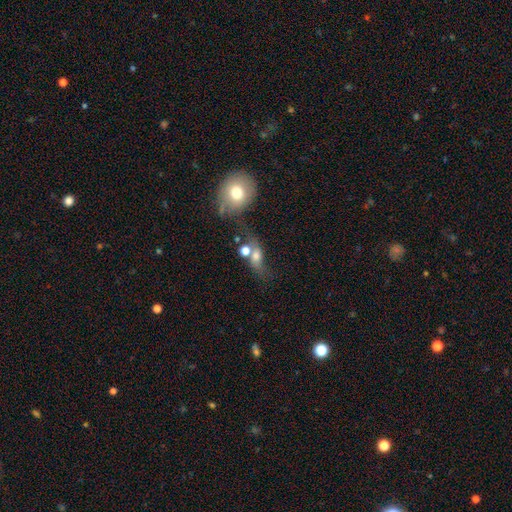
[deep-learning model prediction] A smooth galaxy with no disk features (56%) that is in between round and cigar-shaped (61%).

Vote fractions:
- Smooth or featured? smooth: 56% / featured or disk: 30% / star or artifact: 14%
- How rounded? in between: 61% / round: 30% / cigar-shaped: 8%
- Merging? merger: 36% / none: 31% / major disturbance: 17% / minor disturbance: 16%